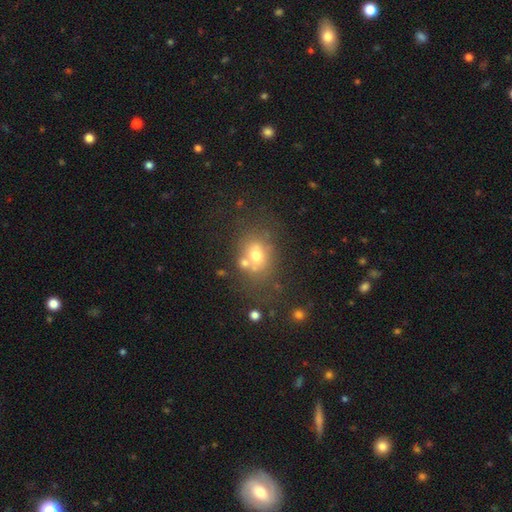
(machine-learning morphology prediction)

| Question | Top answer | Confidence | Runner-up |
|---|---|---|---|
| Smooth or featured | smooth | 63% | featured or disk (21%) |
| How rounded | round | 49% | tied: in between (49%) |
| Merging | none | 55% | merger (23%) |